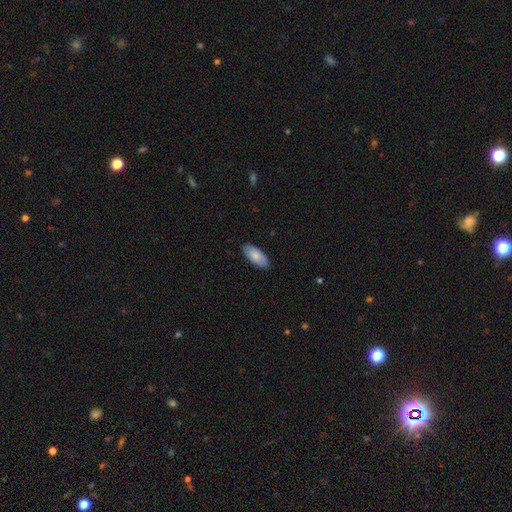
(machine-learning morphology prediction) Smooth or featured? Predicted: smooth (p=0.81). How rounded? Predicted: in between (p=0.90). Merging? Predicted: none (p=0.88).